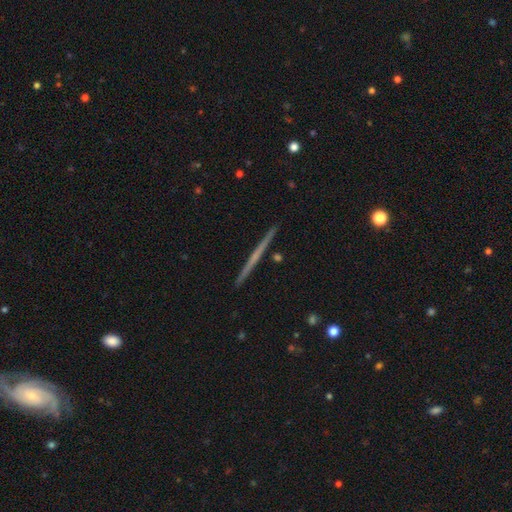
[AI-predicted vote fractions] Q: Smooth or featured?
A: featured or disk (66%); runner-up: smooth (29%)
Q: Edge-on disk?
A: yes (98%); runner-up: no (2%)
Q: Edge-on bulge?
A: none (81%); runner-up: rounded (14%)
Q: Merging?
A: none (93%); runner-up: minor disturbance (5%)